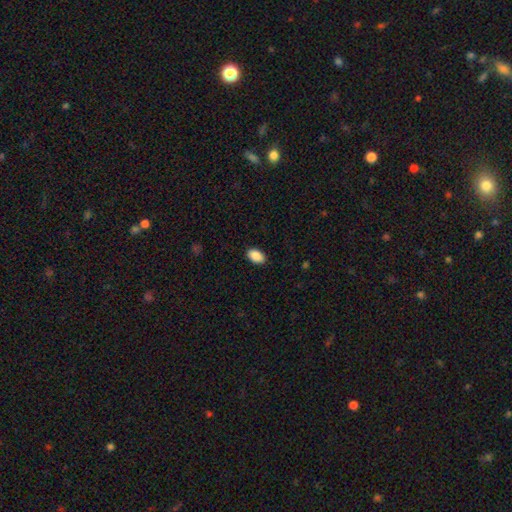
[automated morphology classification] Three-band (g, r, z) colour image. It shows a smooth galaxy with no disk features (90%) that is in between round and cigar-shaped (91%). Merging: none (89%).